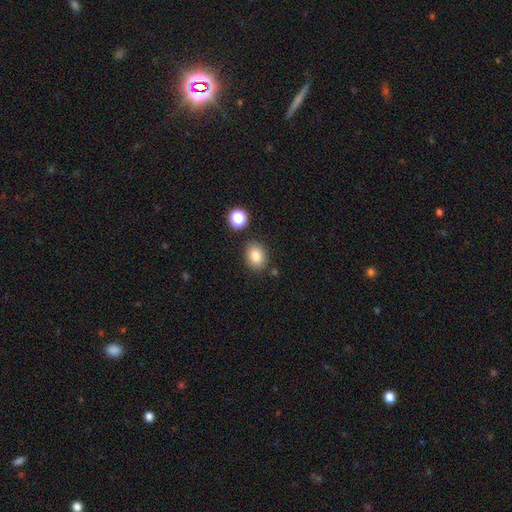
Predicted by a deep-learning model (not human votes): Smooth or featured? smooth (84%)
How rounded? in between (56%)
Merging? none (82%)